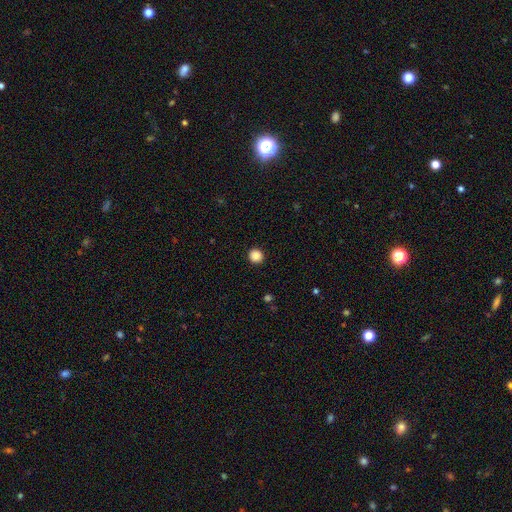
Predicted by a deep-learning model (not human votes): smooth-or-featured: smooth: 88% | star or artifact: 10% | featured or disk: 2%
  how-rounded: round: 94% | in between: 5% | cigar-shaped: 1%
  merging: none: 93% | minor disturbance: 5% | major disturbance: 2% | merger: 1%